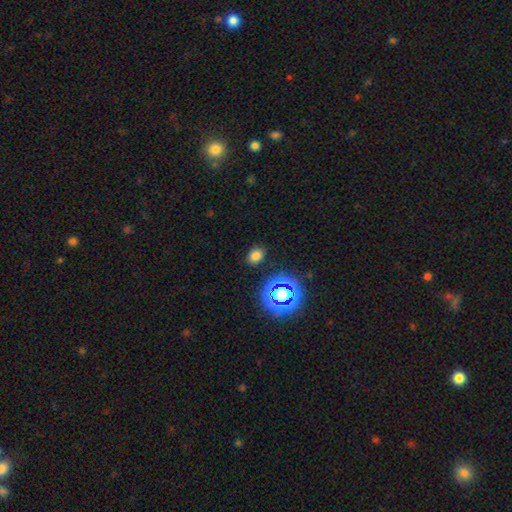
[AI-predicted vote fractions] The model was most divided on "how rounded": in between: 71%, round: 28%, cigar-shaped: 1%. More confident: merging — none (85%); smooth or featured — smooth (70%).